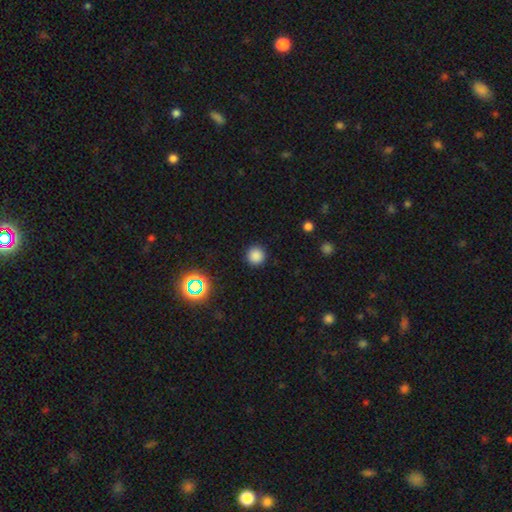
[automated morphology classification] Overall: smooth (82%). How rounded: round (95%). Merging: none (91%).